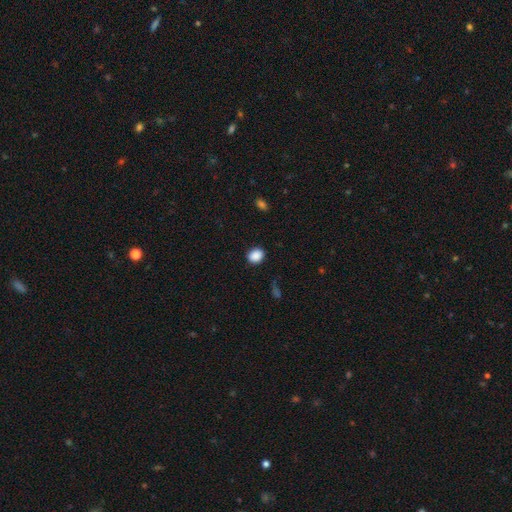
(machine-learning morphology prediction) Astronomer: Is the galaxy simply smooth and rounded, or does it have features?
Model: smooth — 89%.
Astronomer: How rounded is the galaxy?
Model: round — 61% (runner-up: in between, 38%).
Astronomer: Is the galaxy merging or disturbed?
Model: none — 88%.